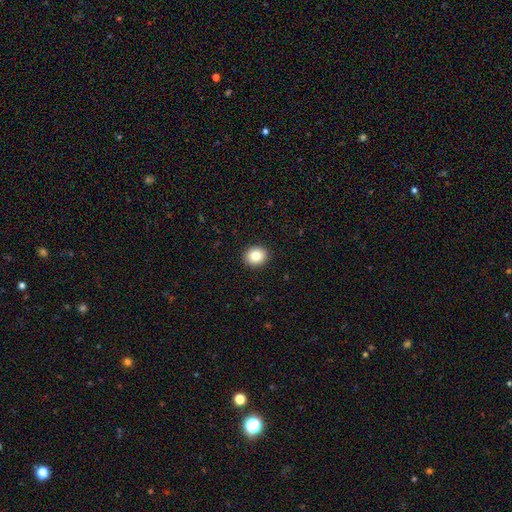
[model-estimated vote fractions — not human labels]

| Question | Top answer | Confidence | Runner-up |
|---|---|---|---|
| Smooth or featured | smooth | 85% | star or artifact (9%) |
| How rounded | round | 72% | in between (27%) |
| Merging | none | 92% | minor disturbance (5%) |